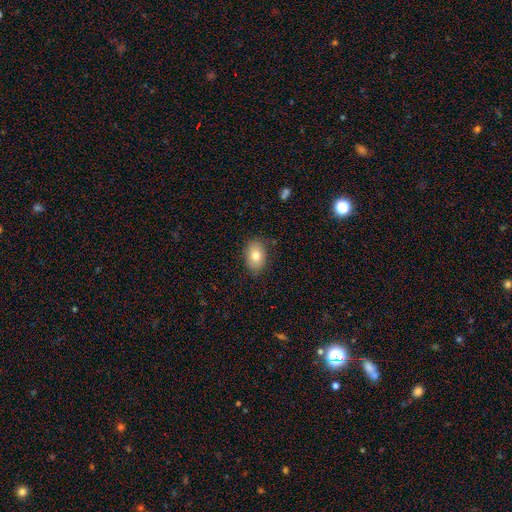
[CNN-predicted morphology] type=smooth (79%); roundness=in between (79%); merging=none (83%).